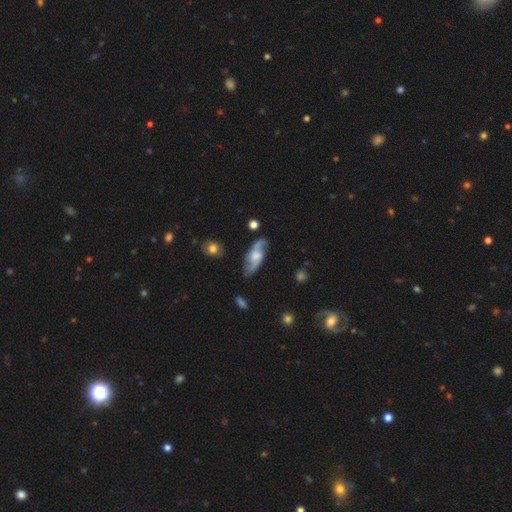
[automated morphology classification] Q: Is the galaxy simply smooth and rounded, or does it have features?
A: featured or disk — 70%.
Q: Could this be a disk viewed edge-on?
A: no — 88%.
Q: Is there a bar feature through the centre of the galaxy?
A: no — 53%.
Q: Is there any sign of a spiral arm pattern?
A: yes — 91%.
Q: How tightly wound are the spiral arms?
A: medium — 43%.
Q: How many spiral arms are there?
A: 2 — 85%.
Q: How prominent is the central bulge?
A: moderate — 42%.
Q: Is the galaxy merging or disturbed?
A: none — 75%.